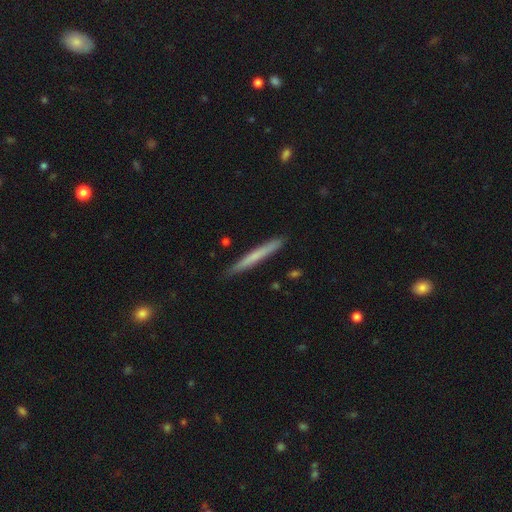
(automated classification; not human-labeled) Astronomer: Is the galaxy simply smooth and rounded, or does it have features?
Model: smooth — 61%.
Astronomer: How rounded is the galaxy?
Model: cigar-shaped — 97%.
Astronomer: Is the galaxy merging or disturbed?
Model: none — 89%.